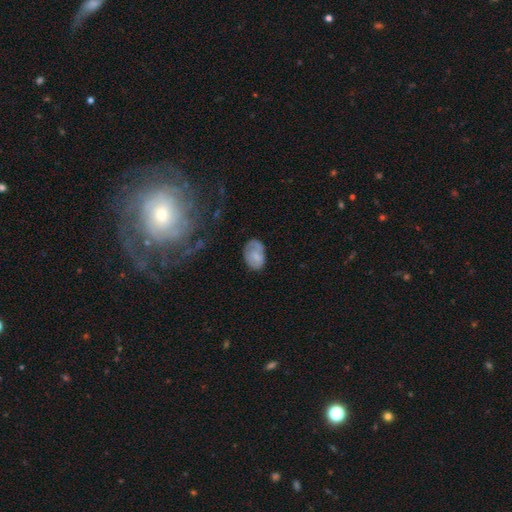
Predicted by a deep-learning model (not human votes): Smooth or featured? smooth (61%)
How rounded? in between (86%)
Merging? none (61%)